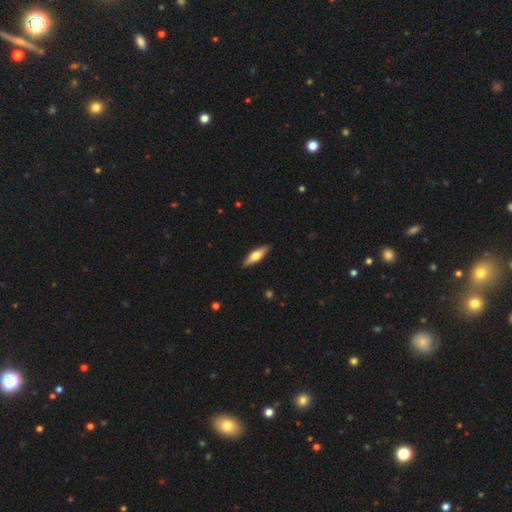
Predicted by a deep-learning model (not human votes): smooth-or-featured: smooth: 53% | featured or disk: 41% | star or artifact: 5%
  how-rounded: cigar-shaped: 55% | in between: 42% | round: 2%
  merging: none: 89% | minor disturbance: 8% | major disturbance: 2% | merger: 1%